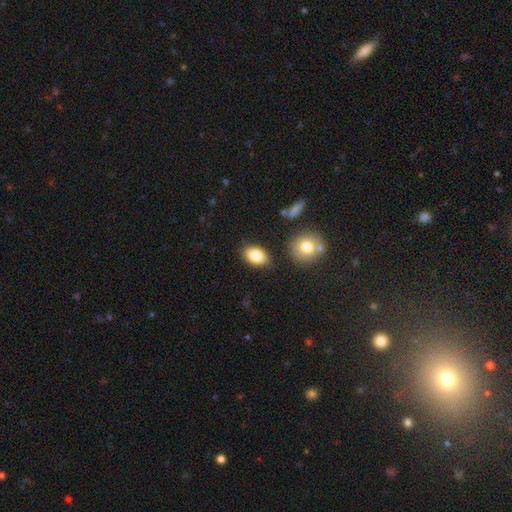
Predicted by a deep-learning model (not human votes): This appears to be a smooth galaxy with no disk features (84%) that is in between round and cigar-shaped (88%). Merging: none (82%).